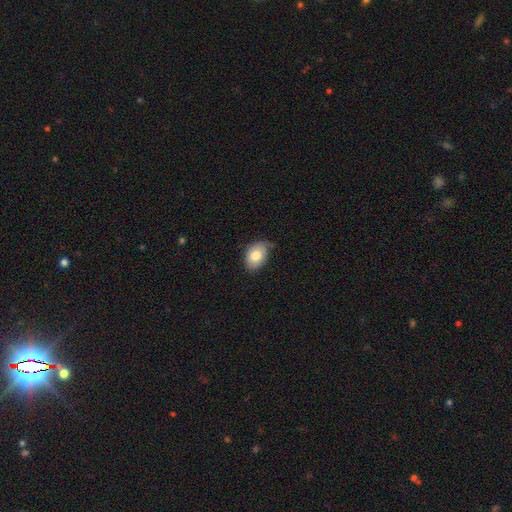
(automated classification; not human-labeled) Smooth or featured?
  - smooth: 80% *
  - featured or disk: 13%
  - star or artifact: 7%
How rounded?
  - in between: 83% *
  - round: 16%
  - cigar-shaped: 1%
Merging?
  - none: 59% *
  - minor disturbance: 33%
  - major disturbance: 6%
  - merger: 2%